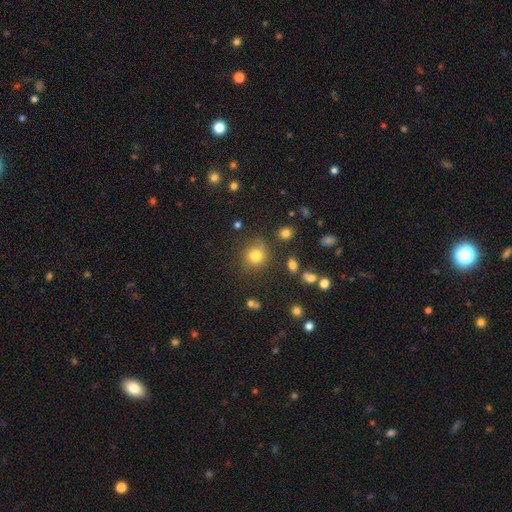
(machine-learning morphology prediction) smooth 78%, star or artifact 14%, featured or disk 8%. Down the decision tree: how rounded — round (84%); merging — none (74%).